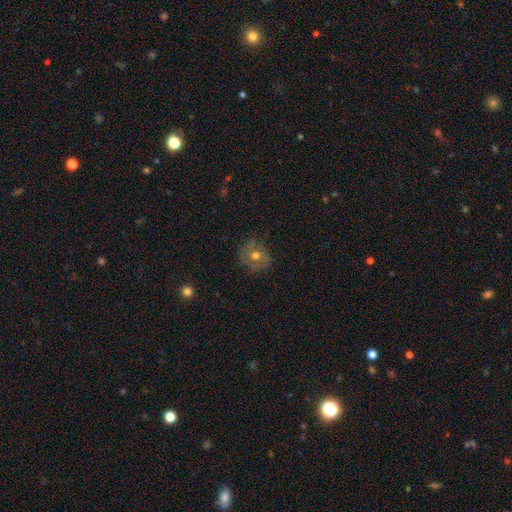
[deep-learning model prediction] Smooth or featured?
  - featured or disk: 49% *
  - smooth: 40%
  - star or artifact: 11%
Merging?
  - none: 73% *
  - minor disturbance: 18%
  - major disturbance: 7%
  - merger: 1%